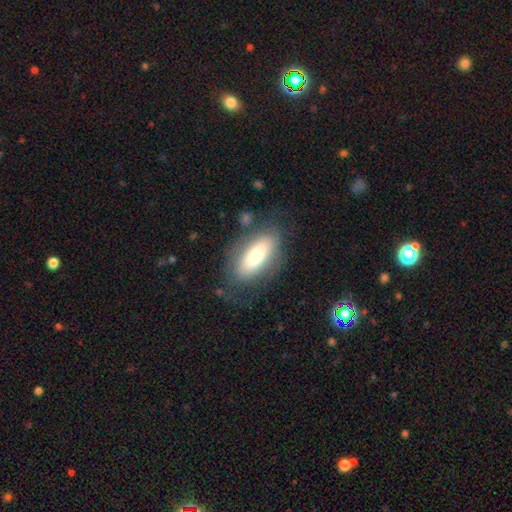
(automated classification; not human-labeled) This appears to be a smooth galaxy with no disk features (72%) that is in between round and cigar-shaped (82%). Merging: none (71%).